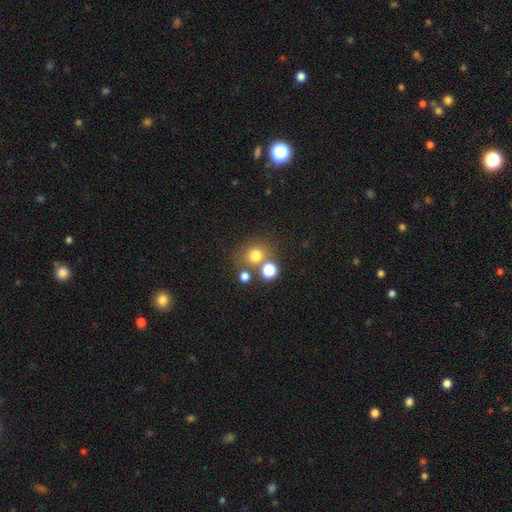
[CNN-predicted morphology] smooth-or-featured: smooth: 74% | star or artifact: 17% | featured or disk: 9%
  how-rounded: round: 81% | in between: 18% | cigar-shaped: 1%
  merging: none: 65% | merger: 21% | minor disturbance: 10% | major disturbance: 5%